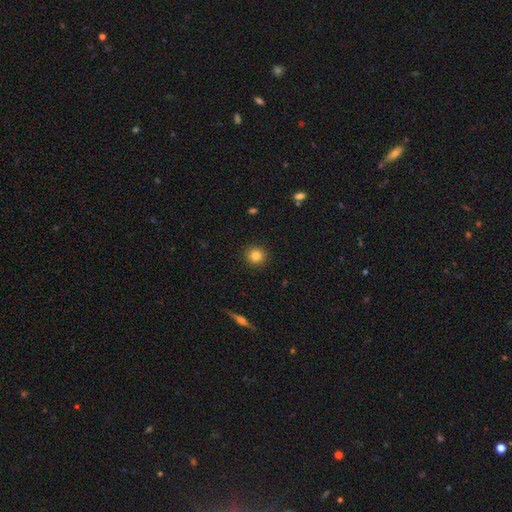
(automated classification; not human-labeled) Smooth or featured? Predicted: smooth (p=0.83). How rounded? Predicted: round (p=0.94). Merging? Predicted: none (p=0.92).